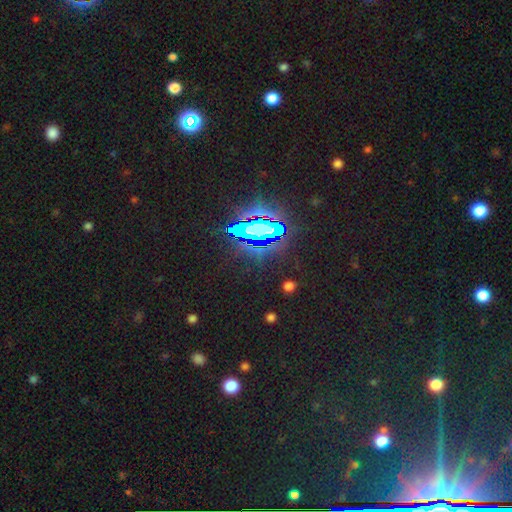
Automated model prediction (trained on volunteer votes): Q: Smooth or featured?
A: star or artifact (79%); runner-up: smooth (12%)